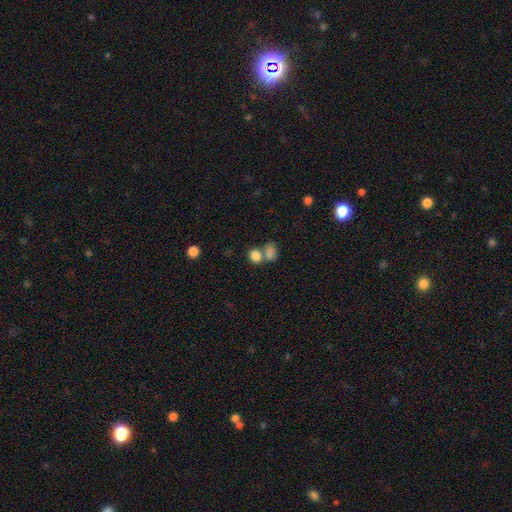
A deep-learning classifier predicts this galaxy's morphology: smooth_or_featured: smooth (p=0.81) [alt: star or artifact p=0.10]
how_rounded: round (p=0.55) [alt: in between p=0.44]
merging: merger (p=0.50) [alt: none p=0.37]